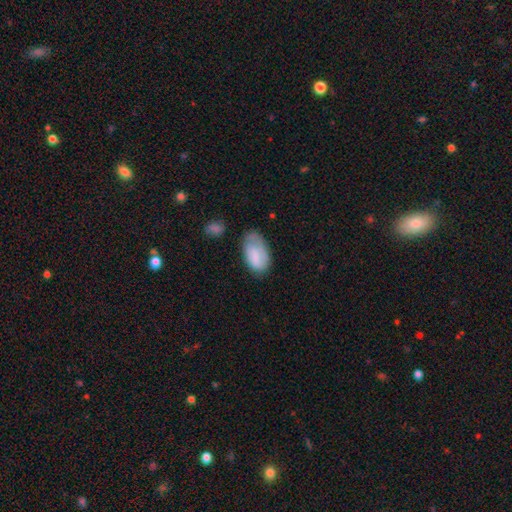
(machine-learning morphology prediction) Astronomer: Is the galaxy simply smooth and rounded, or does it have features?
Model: smooth — 76%.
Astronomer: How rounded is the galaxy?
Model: in between — 94%.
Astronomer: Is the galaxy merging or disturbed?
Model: none — 49% (runner-up: minor disturbance, 34%).